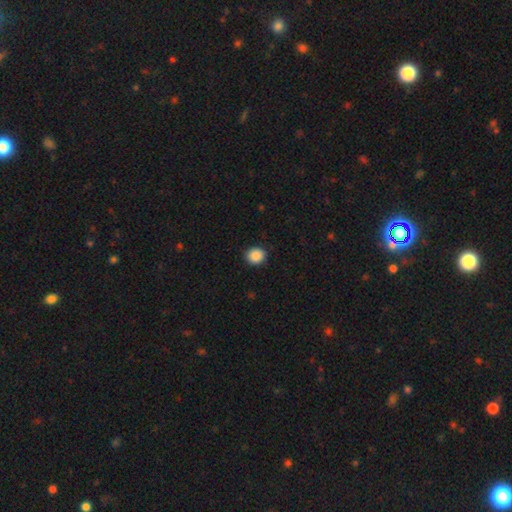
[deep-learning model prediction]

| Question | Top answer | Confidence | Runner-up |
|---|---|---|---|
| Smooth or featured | smooth | 89% | star or artifact (8%) |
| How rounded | round | 80% | in between (19%) |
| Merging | none | 91% | minor disturbance (7%) |